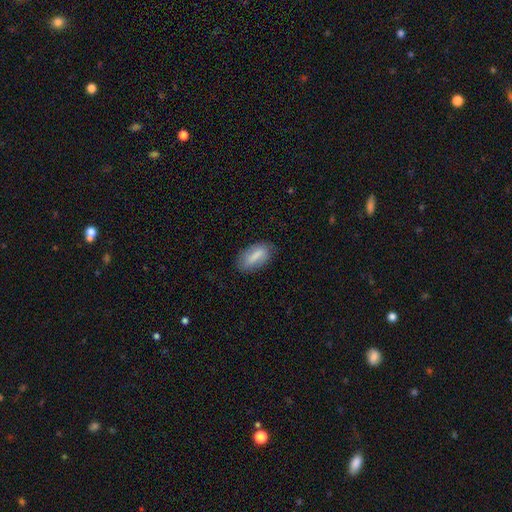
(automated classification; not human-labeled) smooth 77%, featured or disk 16%, star or artifact 7%. Down the decision tree: how rounded — in between (84%); merging — none (77%).